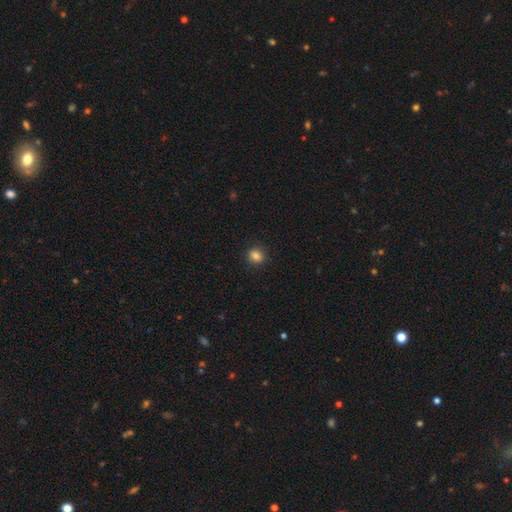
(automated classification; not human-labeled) Morphology: type=smooth (83%); roundness=round (78%); merging=none (89%).